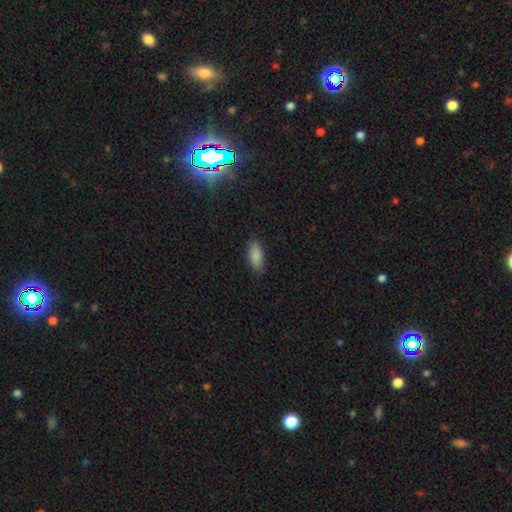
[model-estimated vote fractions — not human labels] Smooth or featured? smooth (87%)
How rounded? in between (77%)
Merging? none (86%)